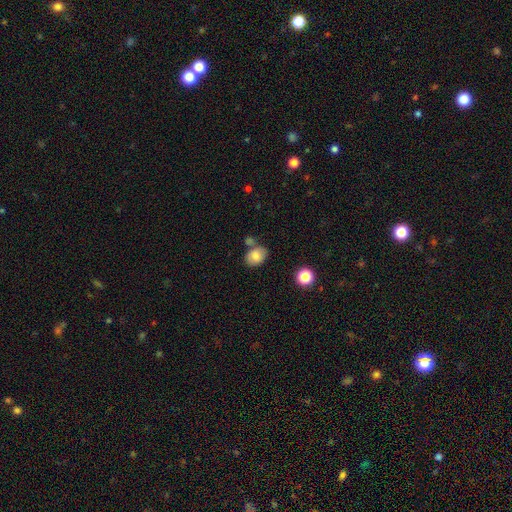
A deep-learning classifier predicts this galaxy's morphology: Smooth or featured? Predicted: smooth (p=0.80). How rounded? Predicted: in between (p=0.67). Merging? Predicted: none (p=0.64).